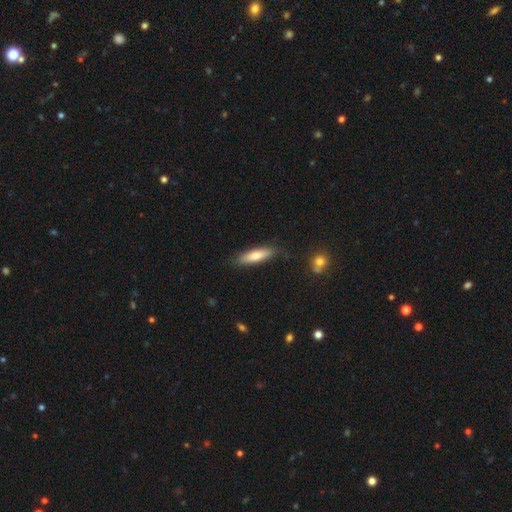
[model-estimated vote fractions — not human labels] Smooth or featured? Predicted: smooth (p=0.72). How rounded? Predicted: cigar-shaped (p=0.64). Merging? Predicted: none (p=0.83).